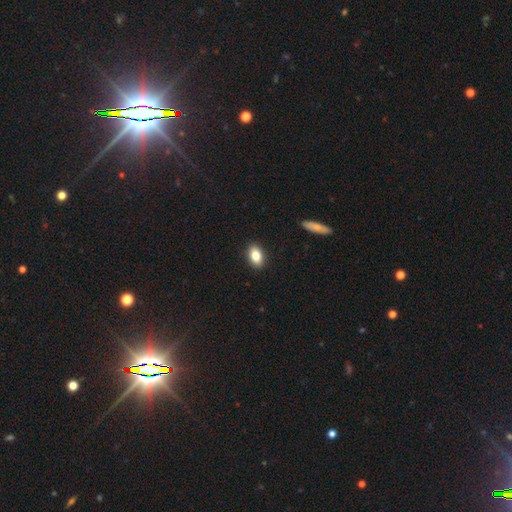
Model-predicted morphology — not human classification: The model was most divided on "smooth or featured": smooth: 82%, featured or disk: 10%, star or artifact: 8%. More confident: merging — none (90%); how rounded — in between (86%).